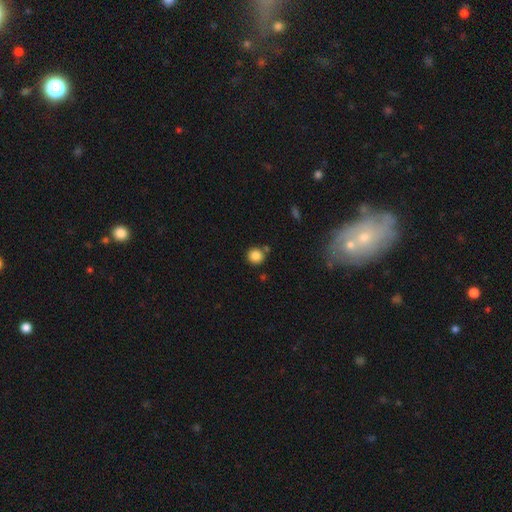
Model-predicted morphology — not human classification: smooth_or_featured: smooth (p=0.85) [alt: star or artifact p=0.10]
how_rounded: round (p=0.92) [alt: in between p=0.07]
merging: none (p=0.78) [alt: merger p=0.10]